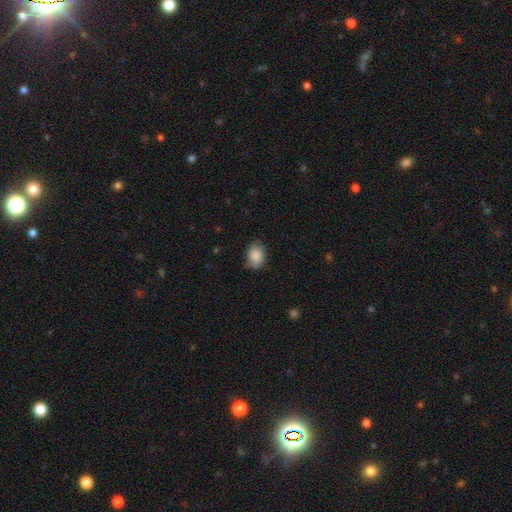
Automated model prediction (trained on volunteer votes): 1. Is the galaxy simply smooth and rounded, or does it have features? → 87% smooth, 7% star or artifact, 6% featured or disk.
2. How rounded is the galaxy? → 75% in between, 24% round, 1% cigar-shaped.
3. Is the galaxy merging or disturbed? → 71% none, 23% minor disturbance, 4% major disturbance, 1% merger.